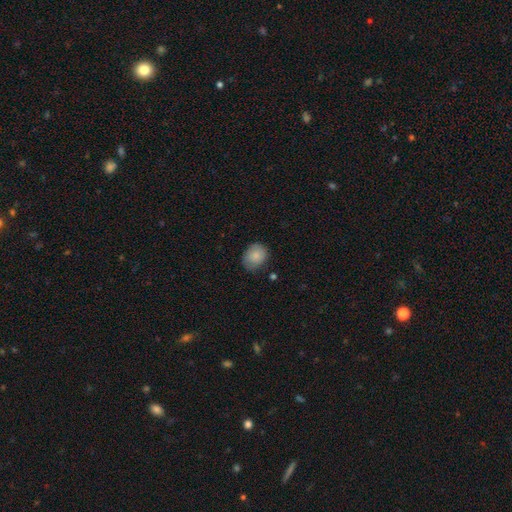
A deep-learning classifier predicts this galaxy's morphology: A smooth galaxy with no disk features (84%) that is round (57%). Merging: none (72%).